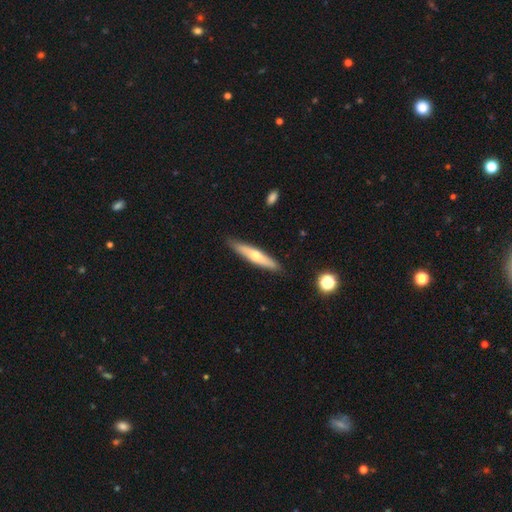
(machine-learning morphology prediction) Smooth or featured: smooth — 51% (featured or disk — 43%)
How rounded: cigar-shaped — 88% (in between — 10%)
Merging: none — 87% (minor disturbance — 10%)